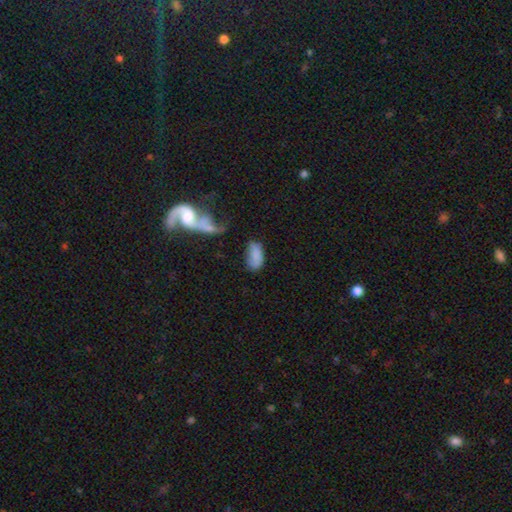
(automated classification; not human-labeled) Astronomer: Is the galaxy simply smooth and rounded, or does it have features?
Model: smooth — 80%.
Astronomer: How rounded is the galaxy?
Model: in between — 92%.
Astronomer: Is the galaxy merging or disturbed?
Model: none — 47% (runner-up: minor disturbance, 28%).